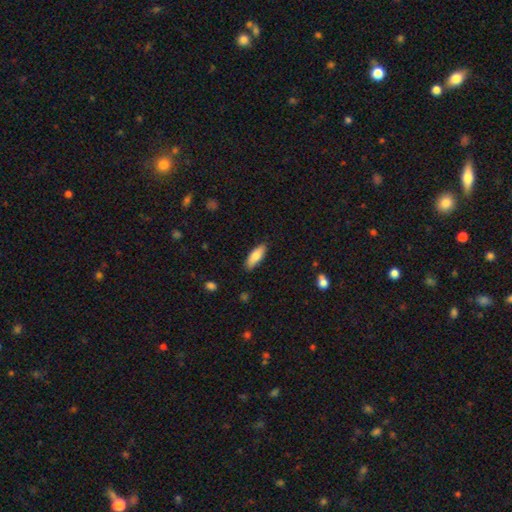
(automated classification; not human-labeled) Q: Smooth or featured?
A: smooth (82%); runner-up: featured or disk (13%)
Q: How rounded?
A: in between (64%); runner-up: cigar-shaped (34%)
Q: Merging?
A: none (85%); runner-up: minor disturbance (11%)